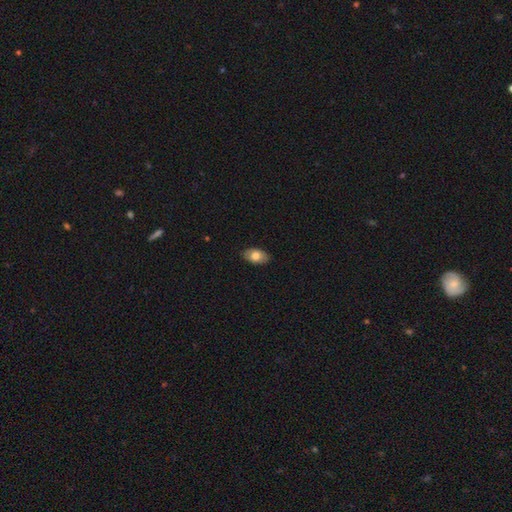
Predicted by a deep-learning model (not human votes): This is likely a smooth galaxy (73%). How rounded: clearly in between (92%). Merging: clearly none (87%).